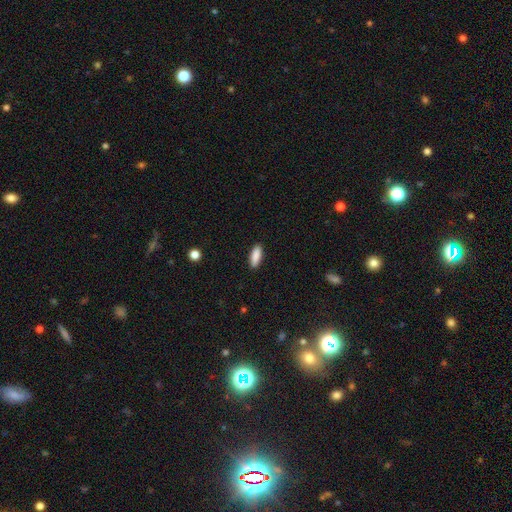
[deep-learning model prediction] The model was most divided on "how rounded": in between: 67%, cigar-shaped: 31%, round: 2%. More confident: merging — none (89%); smooth or featured — smooth (89%).